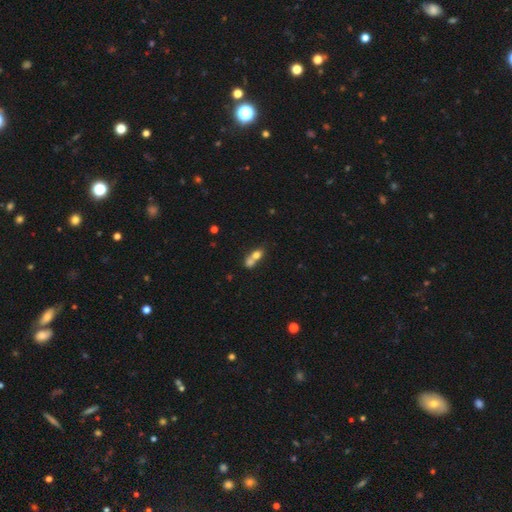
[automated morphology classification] smooth 71%, featured or disk 19%, star or artifact 11%. Down the decision tree: how rounded — in between (52%); merging — merger (70%).